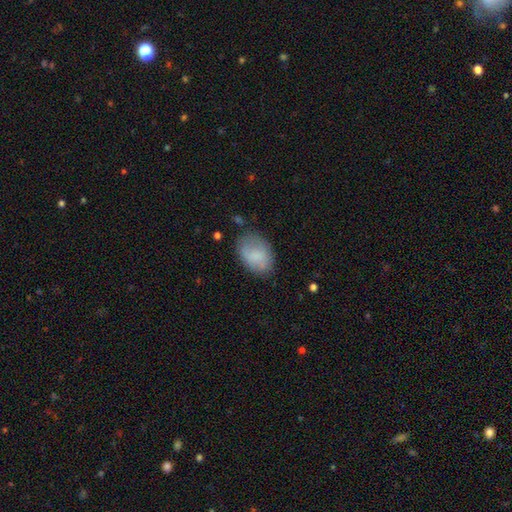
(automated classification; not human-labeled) This is likely a smooth galaxy (77%). How rounded: clearly in between (81%). Merging: likely none (68%).